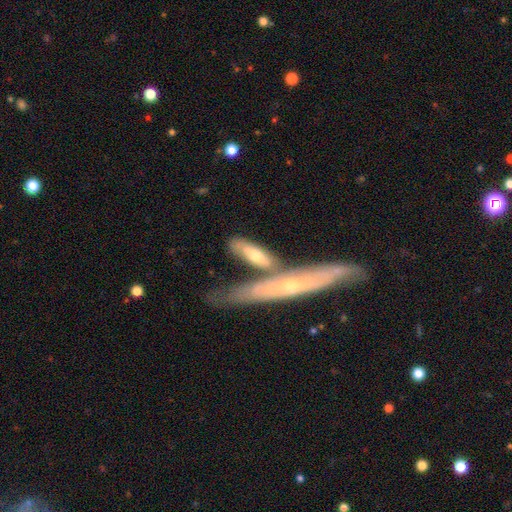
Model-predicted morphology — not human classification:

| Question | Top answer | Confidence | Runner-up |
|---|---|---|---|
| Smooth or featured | smooth | 47% | tied: featured or disk (47%) |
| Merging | none | 41% | merger (37%) |